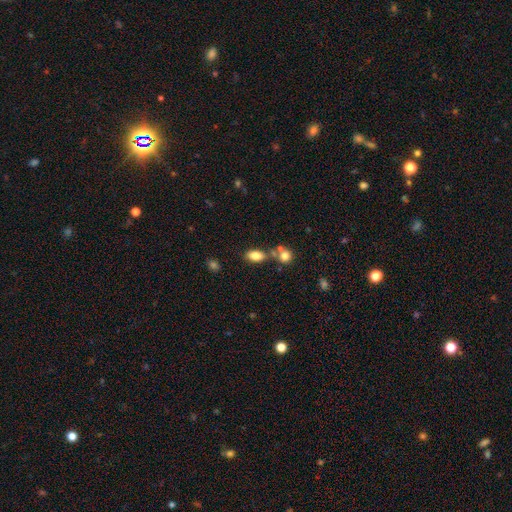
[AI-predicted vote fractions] A smooth galaxy with no disk features (82%) that is in between round and cigar-shaped (89%). Merging: none (61%).